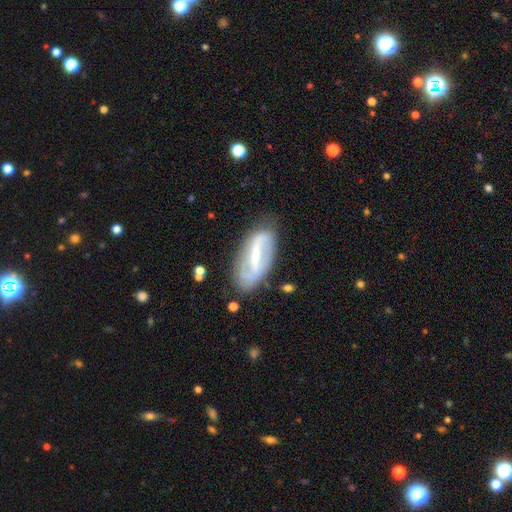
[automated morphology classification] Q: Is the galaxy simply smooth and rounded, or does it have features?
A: featured or disk — 74%.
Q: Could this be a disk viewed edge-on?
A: no — 89%.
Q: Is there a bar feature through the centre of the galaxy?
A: strong — 64%.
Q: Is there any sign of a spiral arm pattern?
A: yes — 77%.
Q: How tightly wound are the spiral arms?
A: loose — 46%.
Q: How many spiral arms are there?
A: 2 — 77%.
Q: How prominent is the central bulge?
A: small — 55%.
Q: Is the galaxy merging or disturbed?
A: none — 76%.